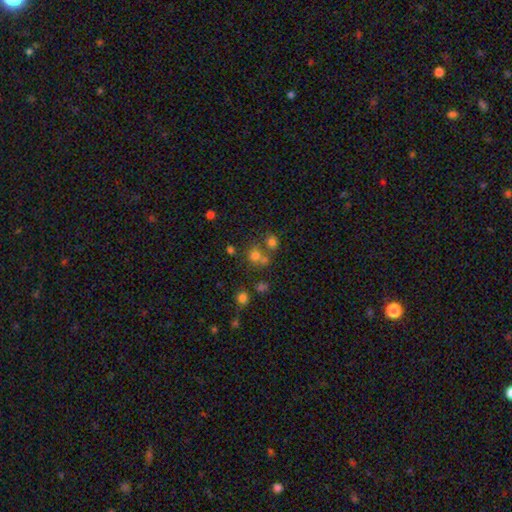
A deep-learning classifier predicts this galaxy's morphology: Smooth or featured? Predicted: smooth (p=0.61). How rounded? Predicted: round (p=0.83). Merging? Predicted: none (p=0.54).